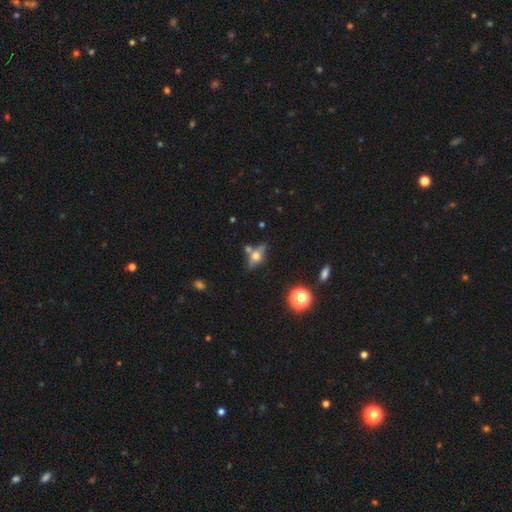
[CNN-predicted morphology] A featured or disk galaxy (45%). Merging: none (63%).